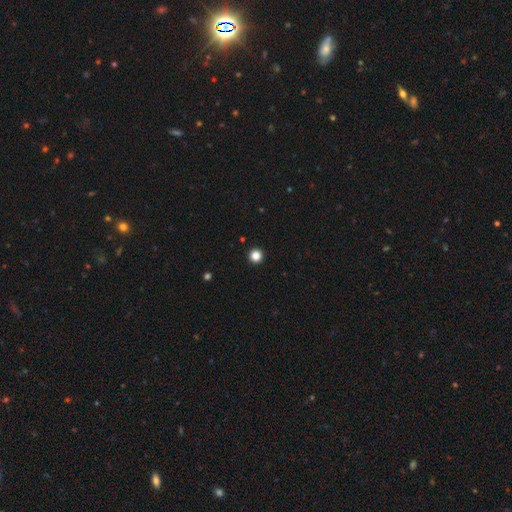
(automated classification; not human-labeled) This is clearly a smooth galaxy (84%). How rounded: clearly round (97%). Merging: clearly none (94%).